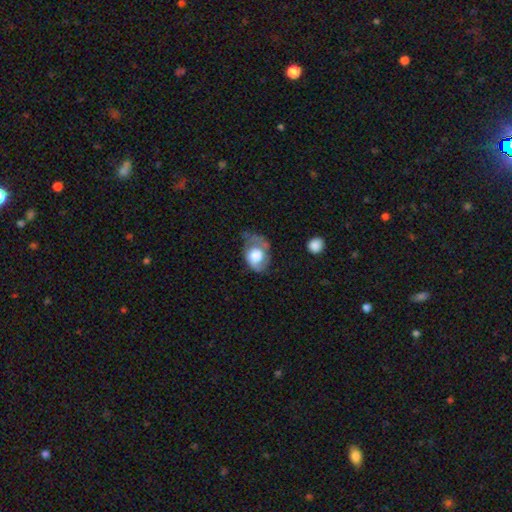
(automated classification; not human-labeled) Smooth or featured? Predicted: smooth (p=0.54). How rounded? Predicted: in between (p=0.68). Merging? Predicted: minor disturbance (p=0.36).